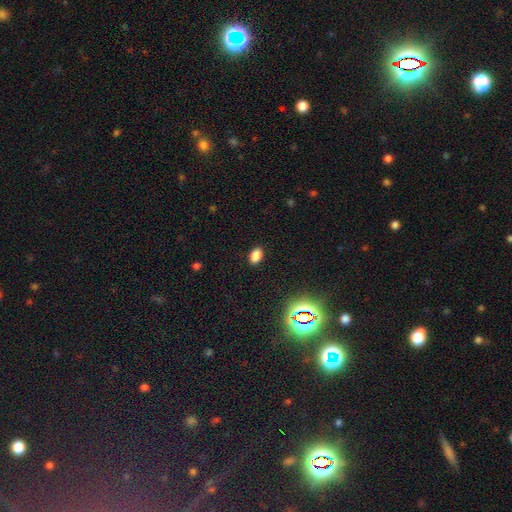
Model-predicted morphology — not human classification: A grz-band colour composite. It shows a smooth galaxy with no disk features (82%) that is in between round and cigar-shaped (87%). Merging: none (89%).